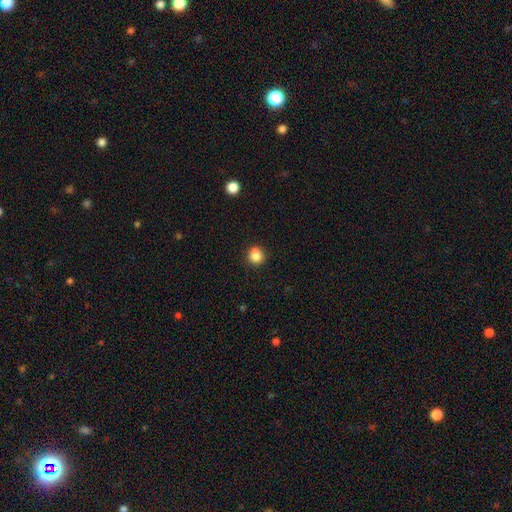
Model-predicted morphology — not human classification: Smooth or featured?
  - smooth: 85% *
  - star or artifact: 11%
  - featured or disk: 5%
How rounded?
  - round: 83% *
  - in between: 16%
  - cigar-shaped: 1%
Merging?
  - none: 82% *
  - minor disturbance: 13%
  - merger: 3%
  - major disturbance: 3%